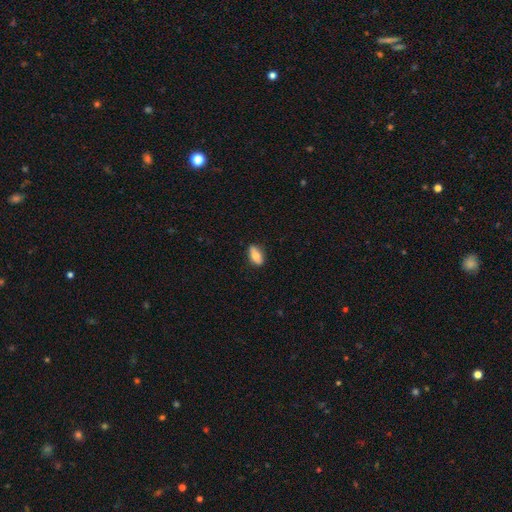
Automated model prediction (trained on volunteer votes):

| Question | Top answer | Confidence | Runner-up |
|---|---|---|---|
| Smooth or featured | smooth | 70% | featured or disk (23%) |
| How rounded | in between | 82% | cigar-shaped (13%) |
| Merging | none | 84% | minor disturbance (13%) |